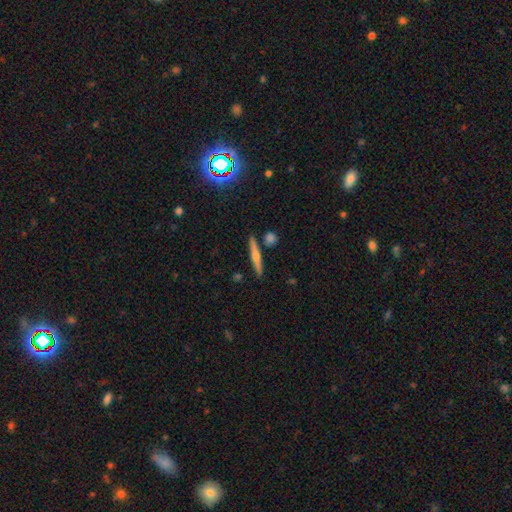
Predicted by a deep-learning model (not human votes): Smooth or featured?
  - featured or disk: 54% *
  - smooth: 39%
  - star or artifact: 7%
Edge-on disk?
  - yes: 97% *
  - no: 3%
Edge-on bulge?
  - rounded: 80% *
  - none: 13%
  - boxy: 7%
Merging?
  - none: 85% *
  - minor disturbance: 8%
  - merger: 5%
  - major disturbance: 2%